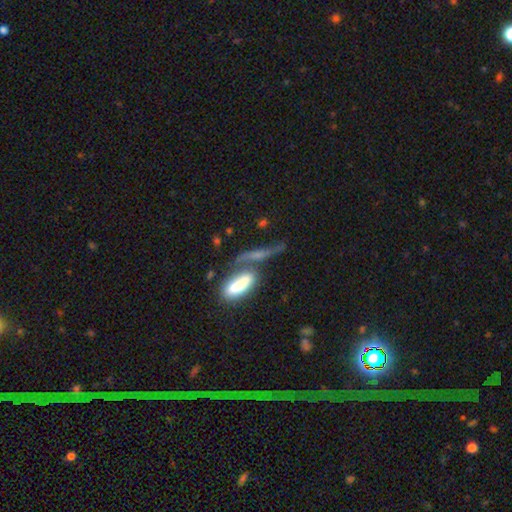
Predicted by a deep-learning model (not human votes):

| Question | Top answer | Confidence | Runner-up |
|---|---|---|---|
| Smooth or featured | smooth | 51% | featured or disk (34%) |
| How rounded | in between | 48% | cigar-shaped (46%) |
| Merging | merger | 38% | none (36%) |